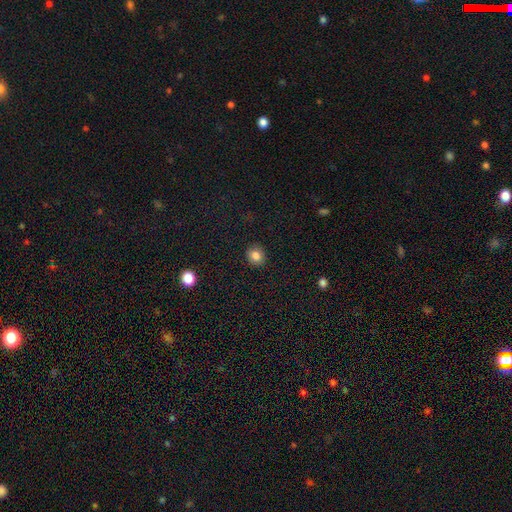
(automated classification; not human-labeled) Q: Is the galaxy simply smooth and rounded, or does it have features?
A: smooth — 83%.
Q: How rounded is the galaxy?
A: round — 81%.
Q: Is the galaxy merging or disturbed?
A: none — 91%.